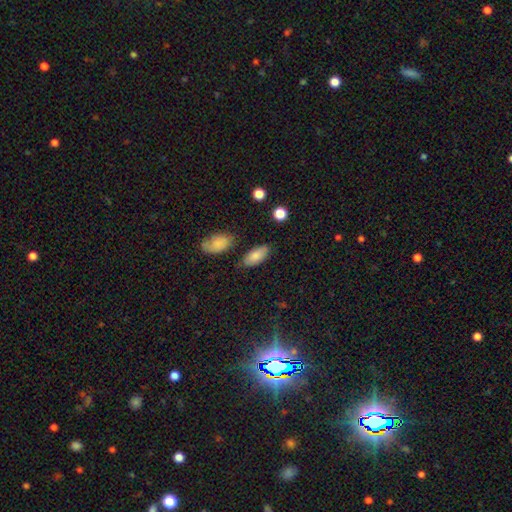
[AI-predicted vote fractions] Q: Smooth or featured?
A: smooth (83%); runner-up: featured or disk (10%)
Q: How rounded?
A: in between (91%); runner-up: cigar-shaped (6%)
Q: Merging?
A: none (78%); runner-up: minor disturbance (14%)